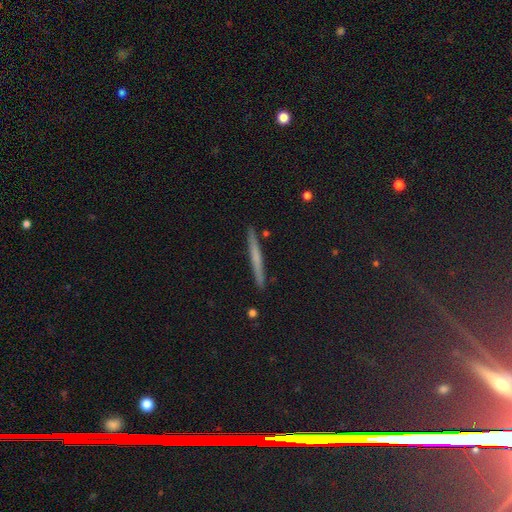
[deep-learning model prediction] This is marginally a featured or disk galaxy (43%). Merging: clearly none (89%).